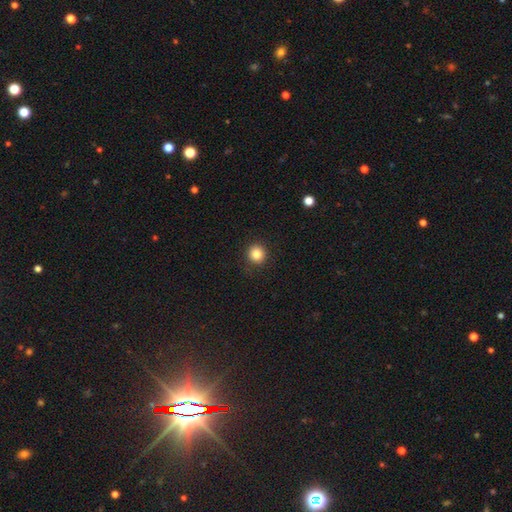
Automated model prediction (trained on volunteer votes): Overall: smooth (85%). How rounded: round (93%). Merging: none (90%).